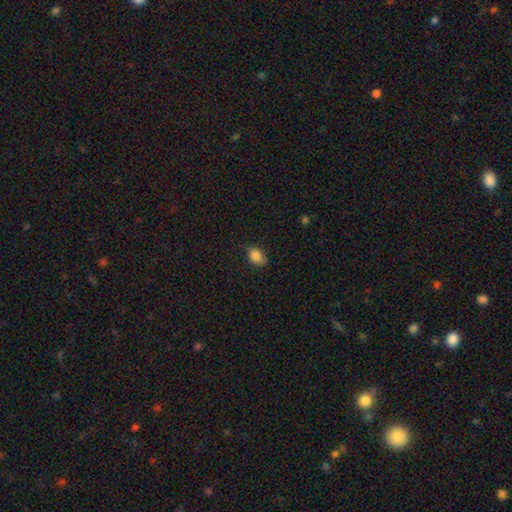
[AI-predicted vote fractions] Smooth or featured? Predicted: smooth (p=0.85). How rounded? Predicted: in between (p=0.68). Merging? Predicted: none (p=0.69).